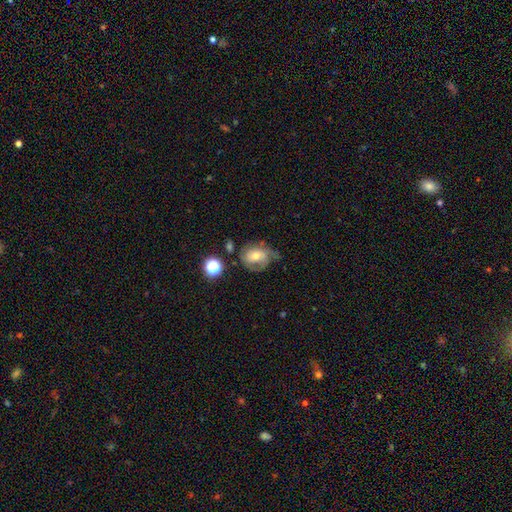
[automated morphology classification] type=featured or disk (61%); edge-on=no (96%); bar=no (60%); spiral arms=yes (83%); bulge=moderate (60%); merging=none (46%).